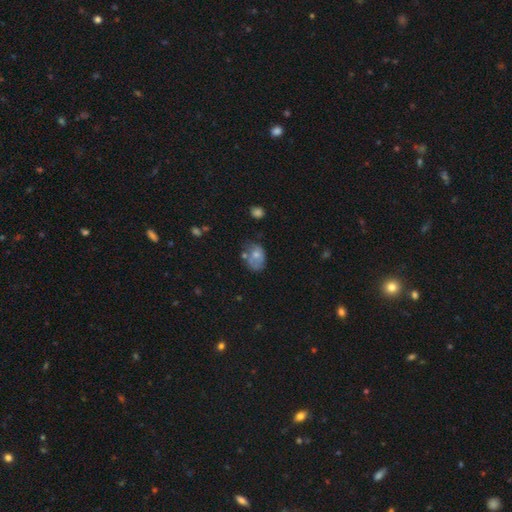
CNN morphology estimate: This appears to be a smooth galaxy with no disk features (54%) that is in between round and cigar-shaped (71%). Merging: none (38%).